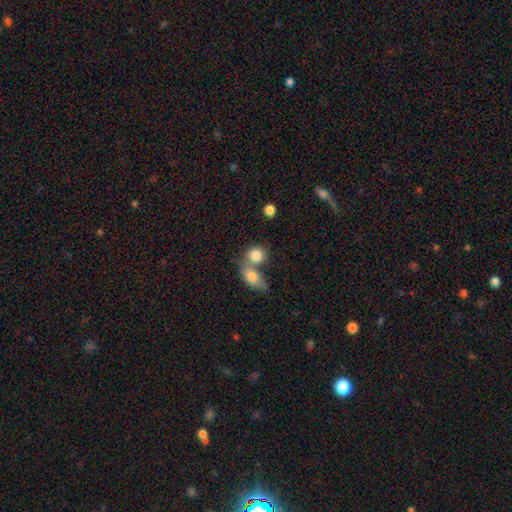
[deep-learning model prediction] Morphology: type=smooth (83%); roundness=round (60%); merging=merger (54%).